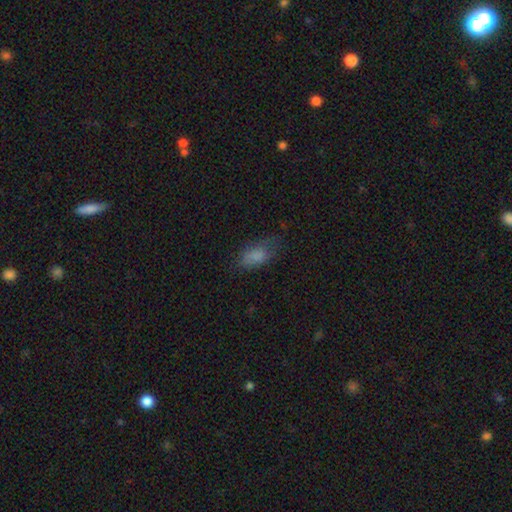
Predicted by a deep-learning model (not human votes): Smooth or featured?
  - smooth: 78% *
  - star or artifact: 11%
  - featured or disk: 11%
How rounded?
  - in between: 88% *
  - cigar-shaped: 8%
  - round: 5%
Merging?
  - none: 54% *
  - minor disturbance: 29%
  - major disturbance: 15%
  - merger: 2%